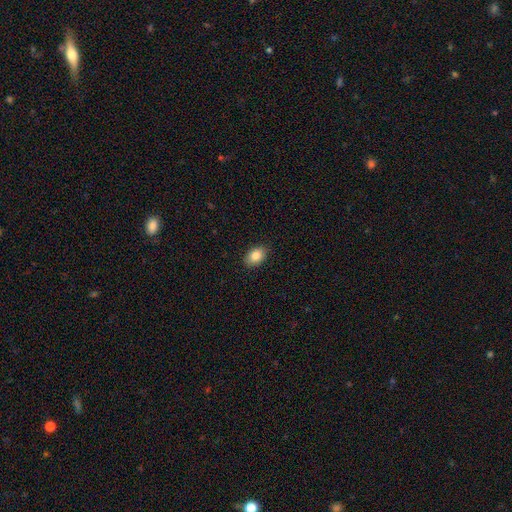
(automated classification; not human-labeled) A smooth galaxy with no disk features (85%) that is in between round and cigar-shaped (80%). Merging: none (88%).